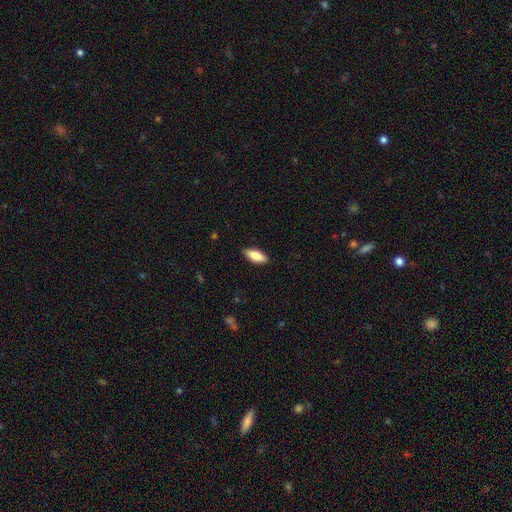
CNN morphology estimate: Smooth or featured: smooth — 81% (featured or disk — 14%)
How rounded: in between — 73% (cigar-shaped — 25%)
Merging: none — 88% (minor disturbance — 9%)